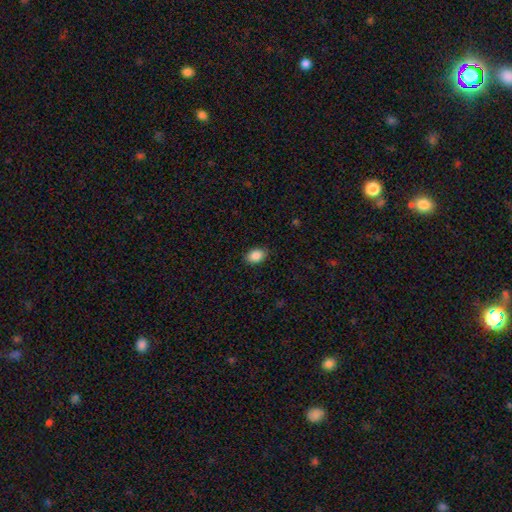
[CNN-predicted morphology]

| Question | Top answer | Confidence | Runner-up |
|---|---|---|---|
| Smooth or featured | smooth | 88% | star or artifact (8%) |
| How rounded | in between | 82% | round (17%) |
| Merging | none | 86% | minor disturbance (11%) |